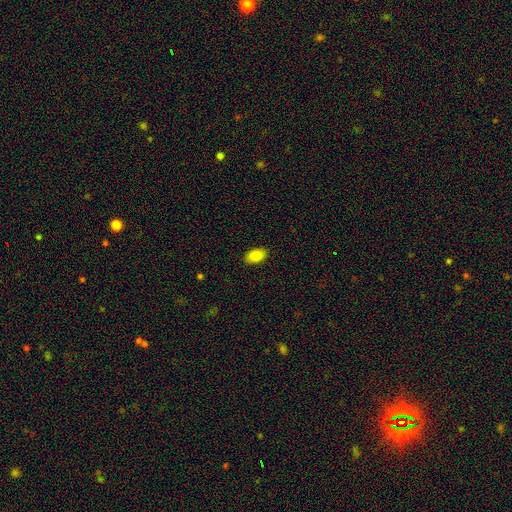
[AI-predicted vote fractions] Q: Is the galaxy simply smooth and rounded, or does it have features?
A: smooth — 85%.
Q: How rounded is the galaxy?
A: in between — 92%.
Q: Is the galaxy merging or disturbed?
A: none — 89%.